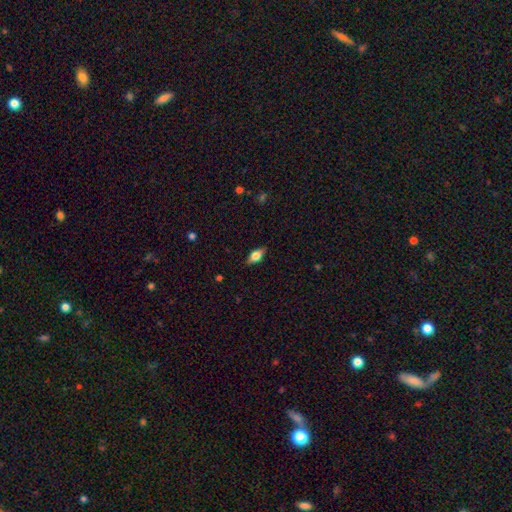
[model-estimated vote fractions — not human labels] Morphology: type=smooth (50%); roundness=in between (77%); merging=none (86%).